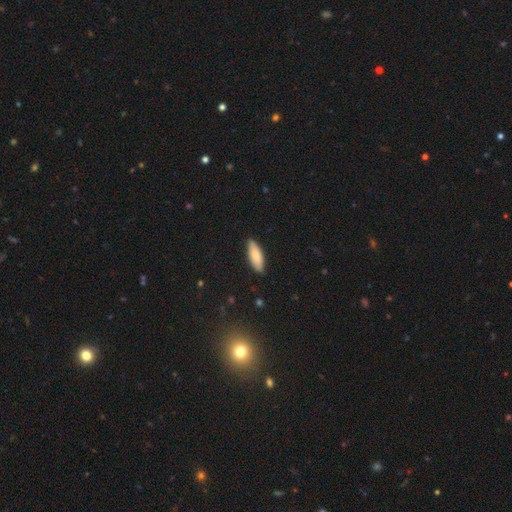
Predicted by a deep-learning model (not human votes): Smooth or featured: smooth — 79% (featured or disk — 16%)
How rounded: in between — 65% (cigar-shaped — 34%)
Merging: none — 87% (minor disturbance — 10%)